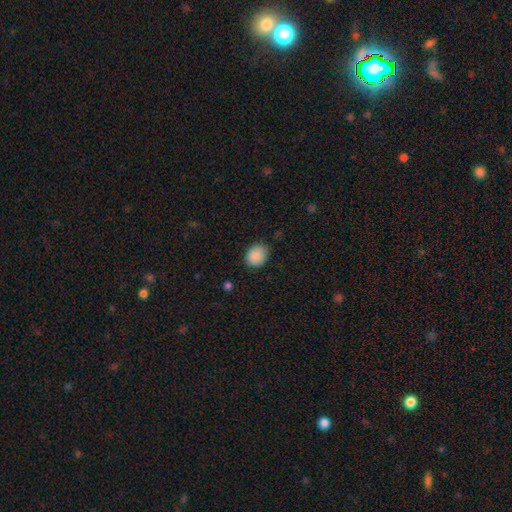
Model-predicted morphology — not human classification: Smooth or featured: smooth — 88% (star or artifact — 8%)
How rounded: round — 58% (in between — 41%)
Merging: none — 77% (minor disturbance — 19%)